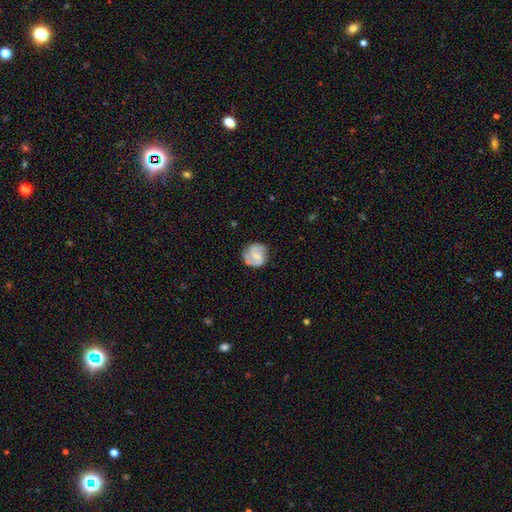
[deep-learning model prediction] Smooth or featured? Predicted: featured or disk (p=0.65). Edge-on disk? Predicted: no (p=0.98). Bar? Predicted: no (p=0.48). Spiral arms? Predicted: yes (p=0.90). Spiral winding? Predicted: medium (p=0.46). Spiral arm count? Predicted: 2 (p=0.67). Bulge size? Predicted: small (p=0.45). Merging? Predicted: none (p=0.71).